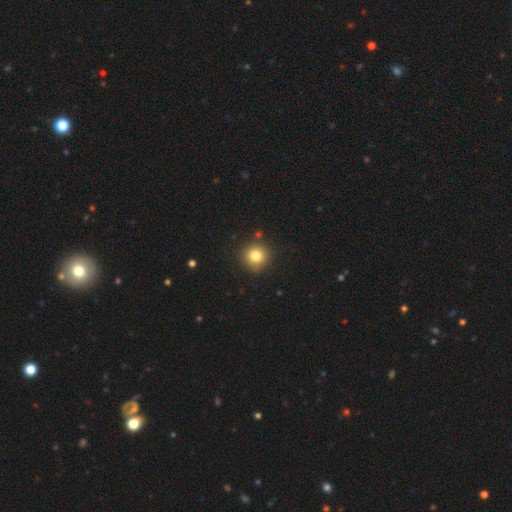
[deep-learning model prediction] Morphology: type=smooth (80%); roundness=round (92%); merging=none (87%).